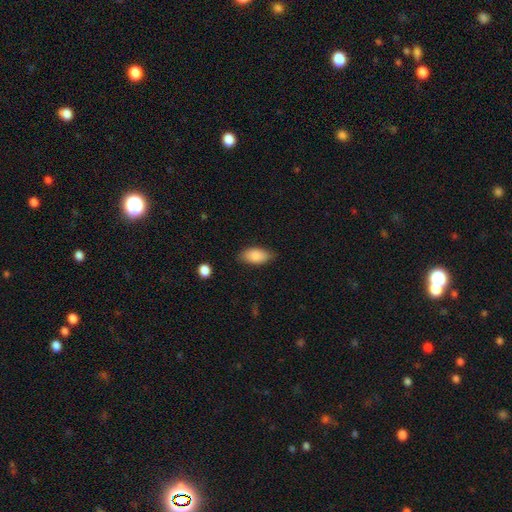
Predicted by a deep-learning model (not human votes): This is clearly a smooth galaxy (86%). How rounded: clearly in between (91%). Merging: likely none (78%).